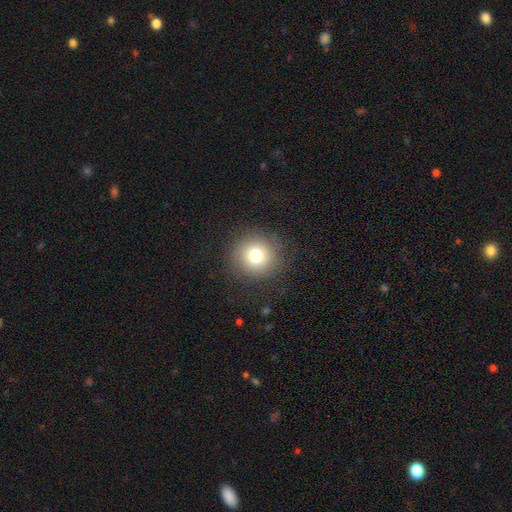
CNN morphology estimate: smooth-or-featured: smooth: 76% | star or artifact: 14% | featured or disk: 10%
  how-rounded: round: 94% | in between: 5% | cigar-shaped: 1%
  merging: none: 87% | minor disturbance: 8% | major disturbance: 4% | merger: 1%